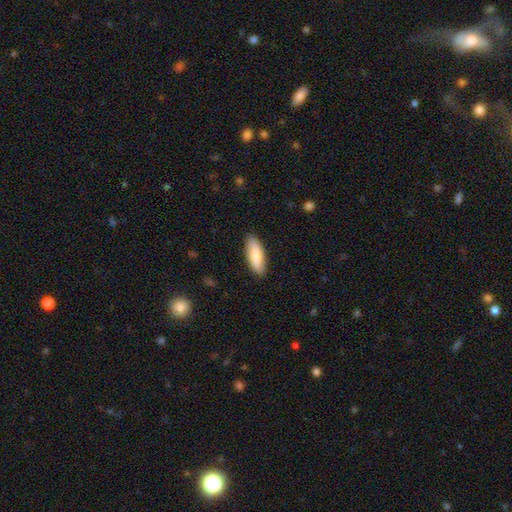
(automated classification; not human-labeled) This appears to be a smooth galaxy with no disk features (81%) that is in between round and cigar-shaped (61%). Merging: none (87%).